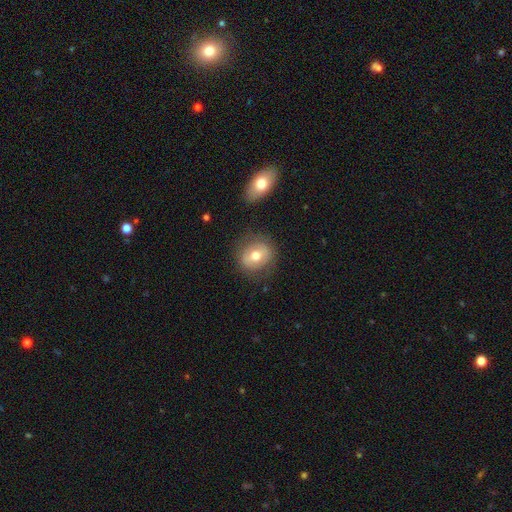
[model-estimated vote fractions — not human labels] Smooth or featured?
  - smooth: 61% *
  - featured or disk: 31%
  - star or artifact: 8%
How rounded?
  - round: 74% *
  - in between: 25%
  - cigar-shaped: 1%
Merging?
  - none: 79% *
  - minor disturbance: 13%
  - major disturbance: 5%
  - merger: 3%